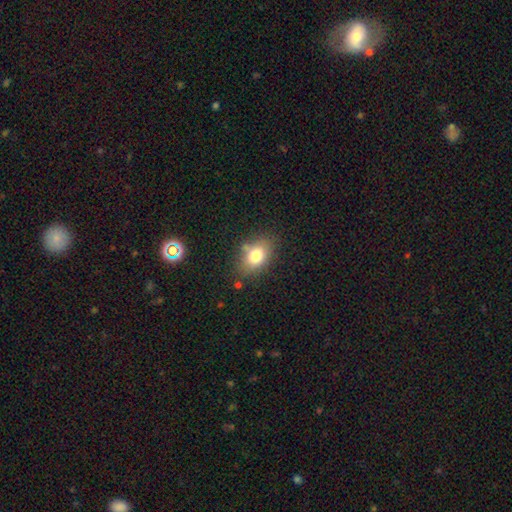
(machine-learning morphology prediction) Smooth or featured: smooth — 77% (featured or disk — 12%)
How rounded: in between — 81% (round — 17%)
Merging: none — 74% (minor disturbance — 17%)